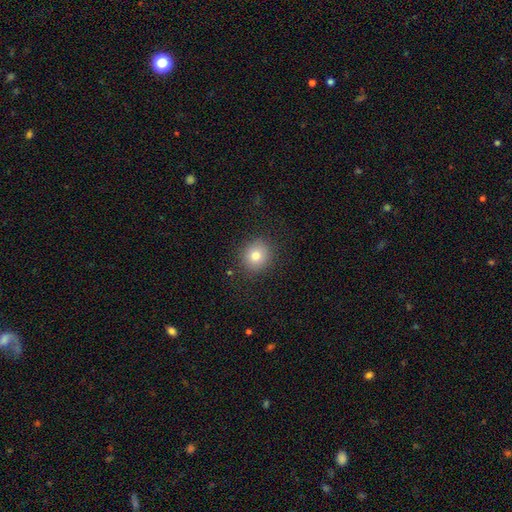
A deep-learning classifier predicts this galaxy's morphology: The model was most divided on "smooth or featured": smooth: 80%, star or artifact: 11%, featured or disk: 9%. More confident: merging — none (88%); how rounded — round (85%).